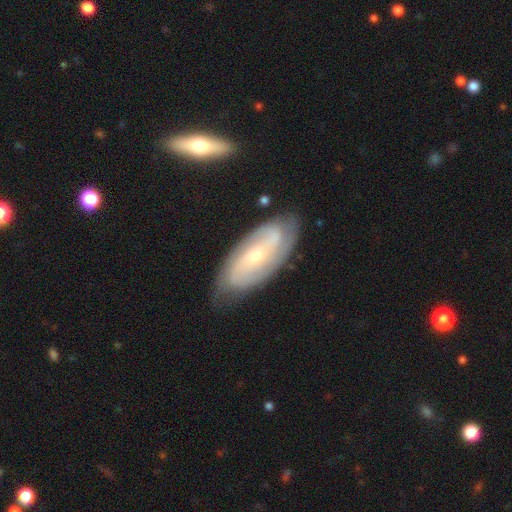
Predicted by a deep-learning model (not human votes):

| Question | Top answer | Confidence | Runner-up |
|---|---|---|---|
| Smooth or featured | featured or disk | 79% | smooth (16%) |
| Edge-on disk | no | 92% | yes (8%) |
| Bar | no | 52% | weak (35%) |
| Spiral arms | yes | 94% | no (6%) |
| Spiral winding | tight | 49% | medium (38%) |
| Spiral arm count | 2 | 57% | can't tell (21%) |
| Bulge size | small | 59% | moderate (37%) |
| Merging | none | 75% | minor disturbance (19%) |